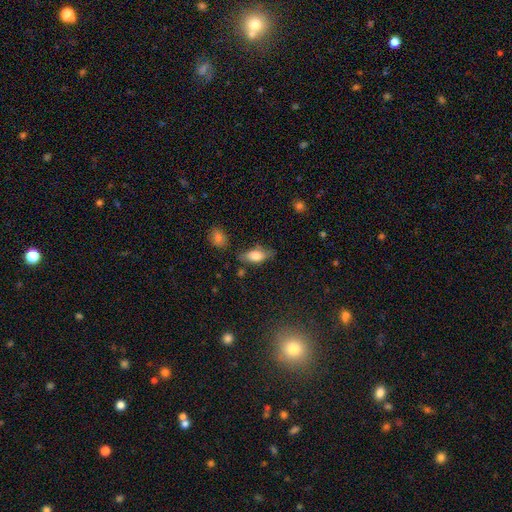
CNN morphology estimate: Smooth or featured? smooth (74%)
How rounded? in between (84%)
Merging? none (68%)